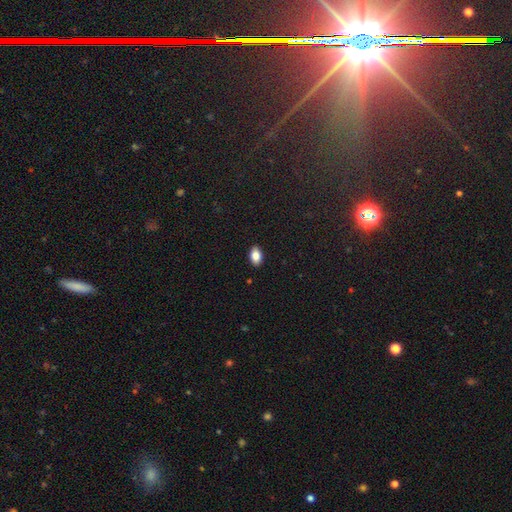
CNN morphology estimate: This appears to be a smooth galaxy with no disk features (85%) that is in between round and cigar-shaped (90%). Merging: none (90%).